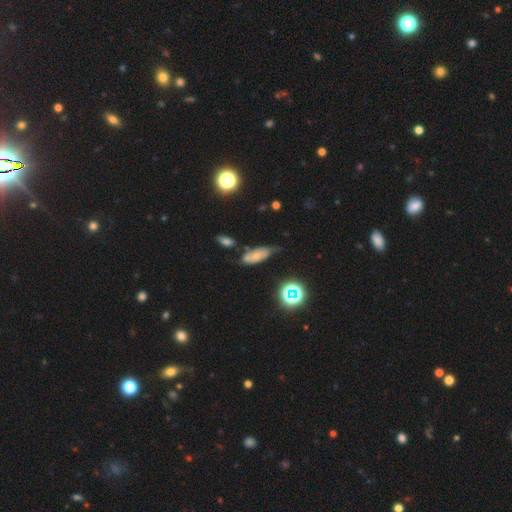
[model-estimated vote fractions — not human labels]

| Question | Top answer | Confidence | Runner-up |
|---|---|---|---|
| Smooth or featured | smooth | 55% | featured or disk (31%) |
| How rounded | in between | 78% | cigar-shaped (17%) |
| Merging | none | 39% | minor disturbance (38%) |